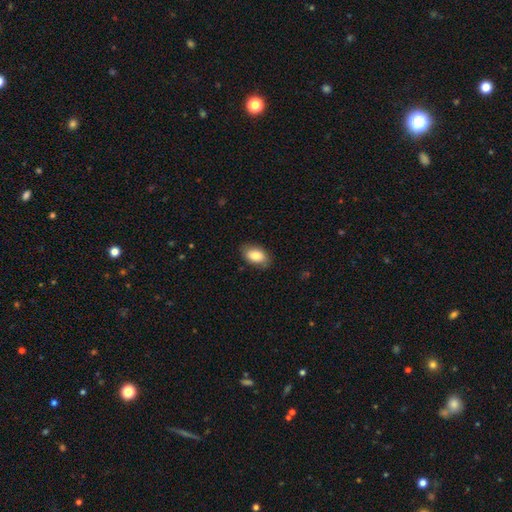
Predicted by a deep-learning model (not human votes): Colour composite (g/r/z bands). It shows a smooth galaxy with no disk features (85%) that is in between round and cigar-shaped (91%). Merging: none (82%).